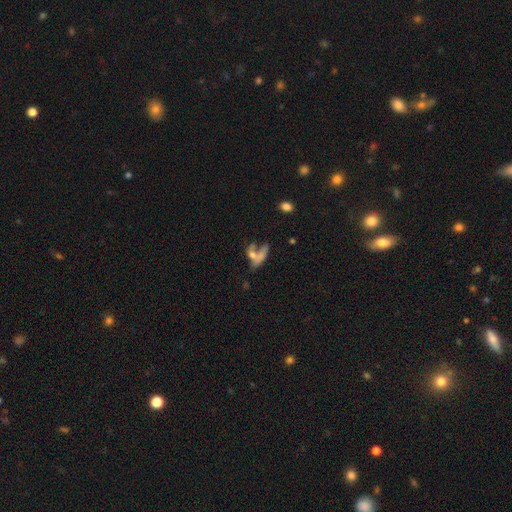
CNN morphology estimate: Overall: smooth (58%; featured or disk 30%). How rounded: in between (57%; cigar-shaped 32%). Merging: merger (46%; none 29%).